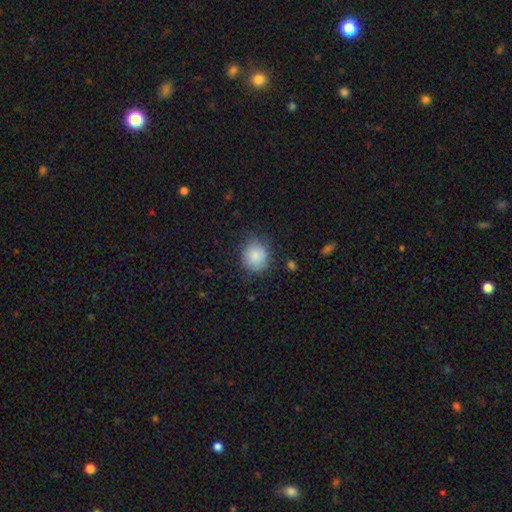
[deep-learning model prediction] This appears to be a smooth galaxy with no disk features (84%) that is round (77%). Merging: none (74%).